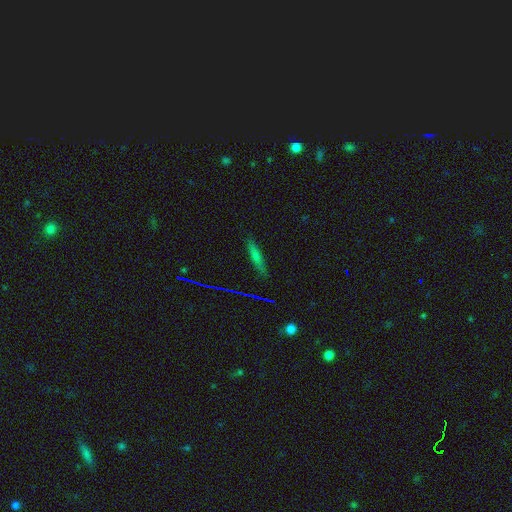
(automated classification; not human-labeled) This is likely a smooth galaxy (60%). How rounded: clearly cigar-shaped (83%). Merging: clearly none (84%).